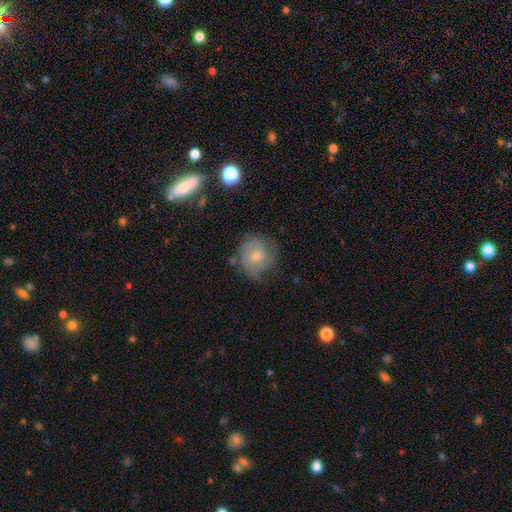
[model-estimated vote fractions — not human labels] Morphology: type=featured or disk (49%); merging=none (64%).